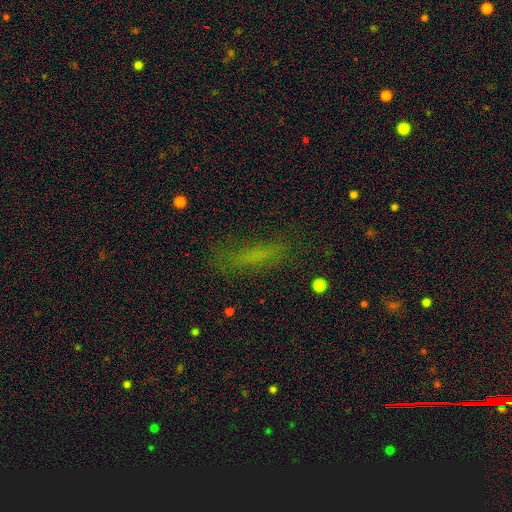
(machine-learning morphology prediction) A smooth galaxy with no disk features (61%) that is cigar-shaped (72%).

Vote fractions:
- Smooth or featured? smooth: 61% / star or artifact: 22% / featured or disk: 17%
- How rounded? cigar-shaped: 72% / in between: 25% / round: 3%
- Merging? none: 72% / minor disturbance: 17% / major disturbance: 9% / merger: 2%